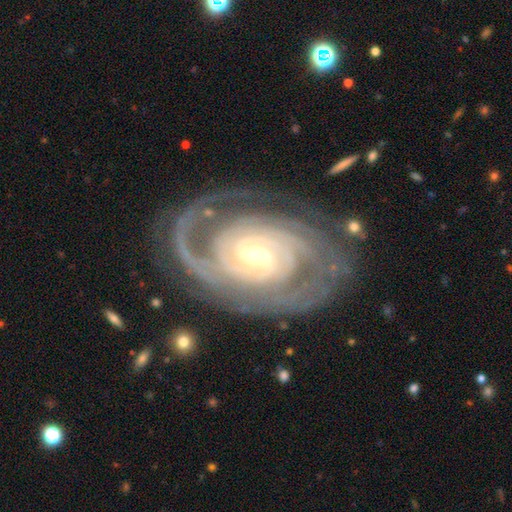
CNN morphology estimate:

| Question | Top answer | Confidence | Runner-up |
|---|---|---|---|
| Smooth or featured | featured or disk | 93% | star or artifact (4%) |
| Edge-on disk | no | 97% | yes (3%) |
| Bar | weak | 47% | no (30%) |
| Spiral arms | yes | 99% | no (1%) |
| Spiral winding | tight | 72% | medium (24%) |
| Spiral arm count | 2 | 43% | 3 (19%) |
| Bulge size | small | 64% | moderate (32%) |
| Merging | none | 73% | minor disturbance (16%) |